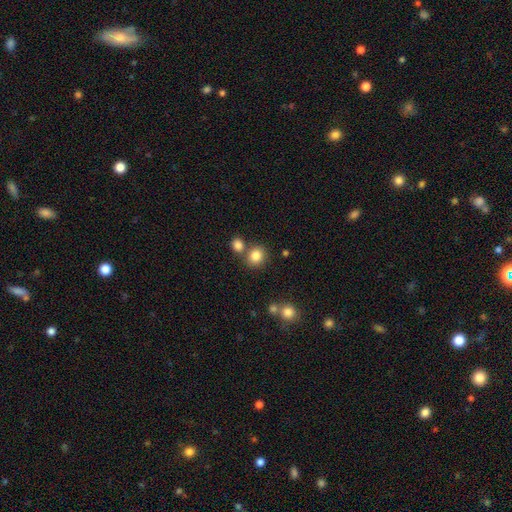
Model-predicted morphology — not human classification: Smooth or featured? smooth (83%)
How rounded? round (81%)
Merging? none (68%)